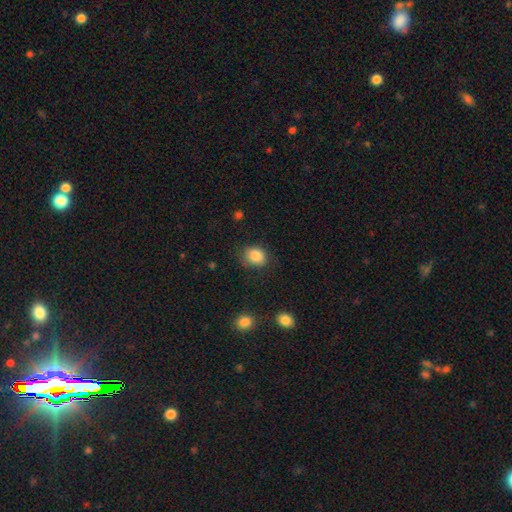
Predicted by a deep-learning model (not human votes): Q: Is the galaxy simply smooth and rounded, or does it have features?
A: smooth — 86%.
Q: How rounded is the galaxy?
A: round — 55%.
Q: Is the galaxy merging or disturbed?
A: none — 75%.